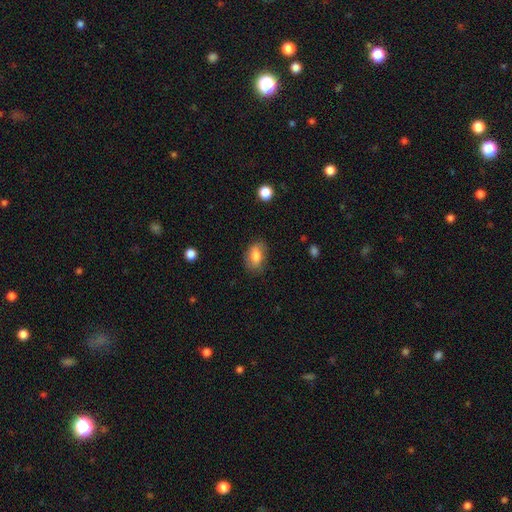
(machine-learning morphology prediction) The model was most divided on "merging": none: 75%, minor disturbance: 19%, major disturbance: 5%, merger: 1%. More confident: how rounded — in between (85%); smooth or featured — smooth (78%).